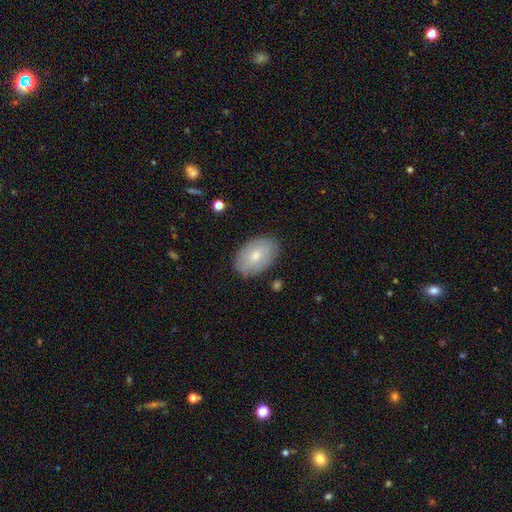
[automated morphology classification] The model was most divided on "smooth or featured": smooth: 67%, featured or disk: 27%, star or artifact: 6%. More confident: how rounded — in between (90%); merging — none (85%).